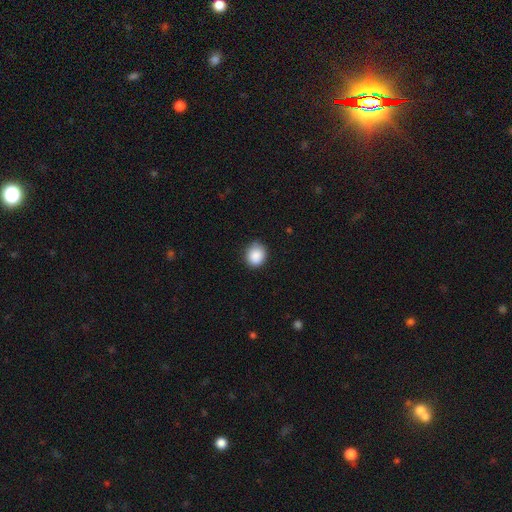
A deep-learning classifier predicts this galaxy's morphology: A smooth galaxy with no disk features (89%) that is round (77%). Merging: none (82%).